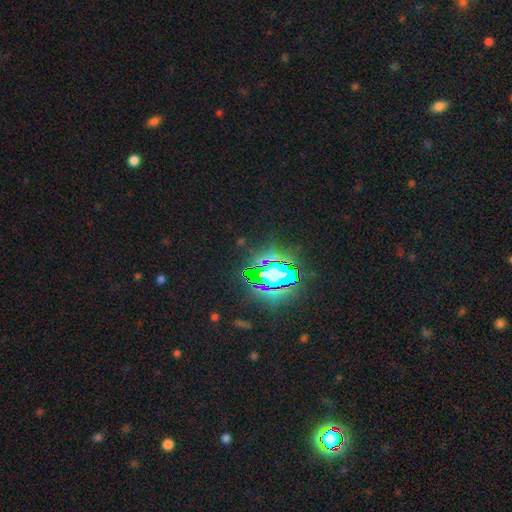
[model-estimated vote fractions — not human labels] smooth_or_featured: star or artifact (p=0.82) [alt: smooth p=0.11]